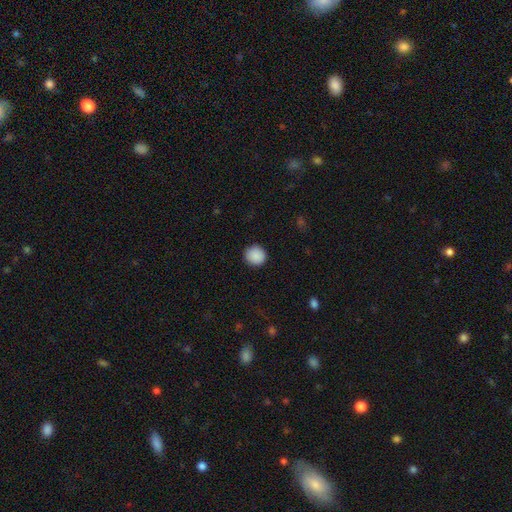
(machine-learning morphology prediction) A smooth galaxy with no disk features (90%) that is round (90%). Merging: none (91%).